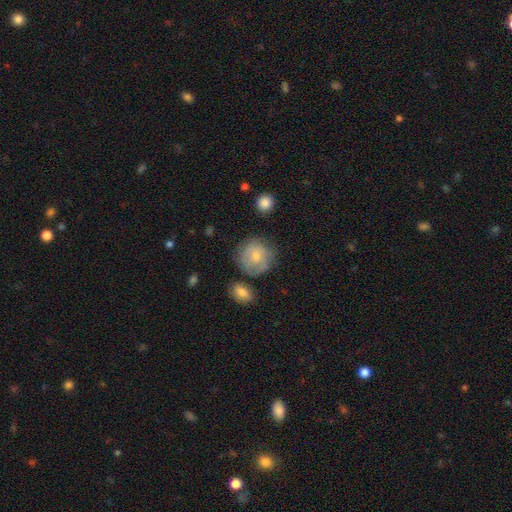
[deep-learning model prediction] Smooth or featured?
  - smooth: 72% *
  - featured or disk: 21%
  - star or artifact: 7%
How rounded?
  - round: 90% *
  - in between: 9%
  - cigar-shaped: 1%
Merging?
  - none: 68% *
  - minor disturbance: 20%
  - major disturbance: 6%
  - merger: 6%